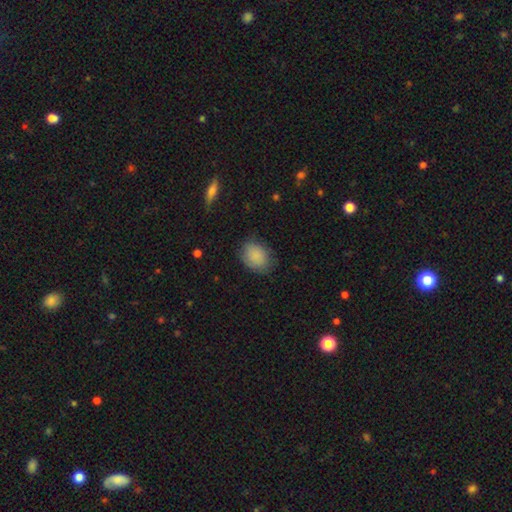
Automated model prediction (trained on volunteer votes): Morphology: type=smooth (87%); roundness=in between (65%); merging=none (75%).